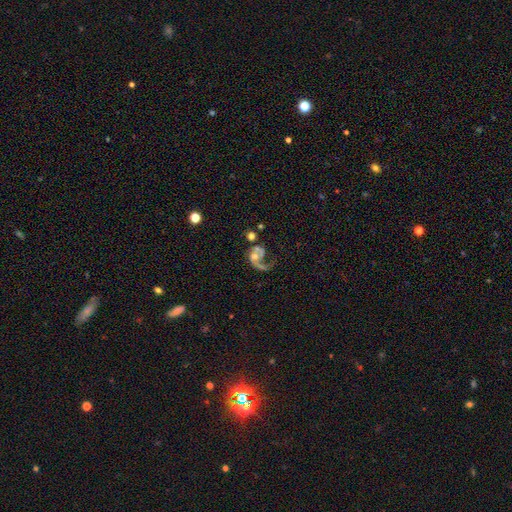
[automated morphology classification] type=featured or disk (74%); edge-on=no (98%); bar=no (72%); spiral arms=yes (83%); winding=loose (59%); arm count=1 (64%); bulge=moderate (45%); merging=major disturbance (39%).